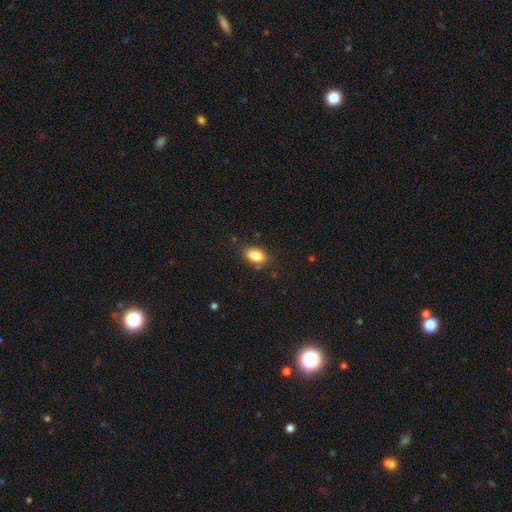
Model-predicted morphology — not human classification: A smooth galaxy with no disk features (85%) that is in between round and cigar-shaped (88%). Merging: none (81%).